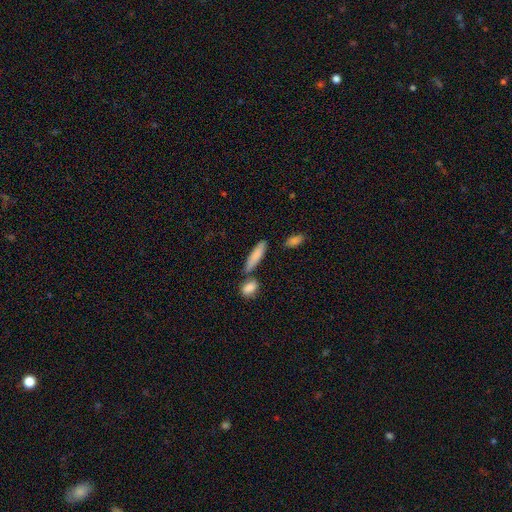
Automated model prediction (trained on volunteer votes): A smooth galaxy with no disk features (81%) that is cigar-shaped (66%). Merging: none (65%).